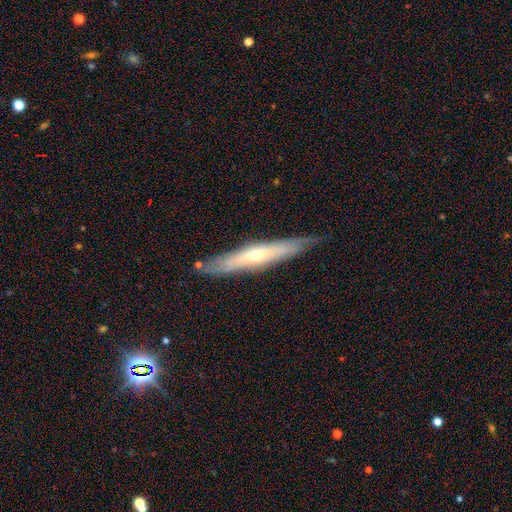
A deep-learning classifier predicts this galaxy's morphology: This appears to be a featured or disk galaxy (63%) viewed edge-on (77%). Merging: none (79%).